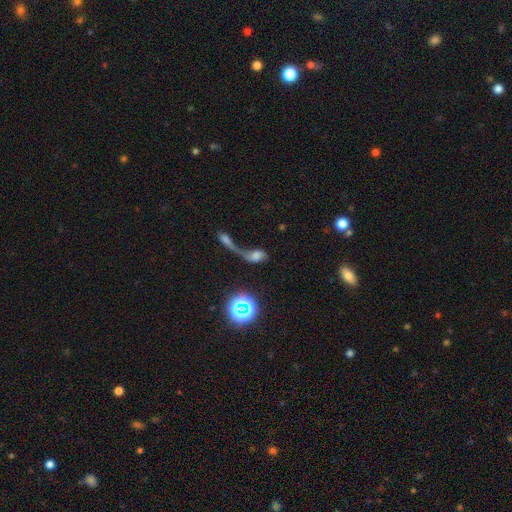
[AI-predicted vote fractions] Smooth or featured: smooth — 45% (featured or disk — 35%)
Merging: merger — 58% (major disturbance — 22%)